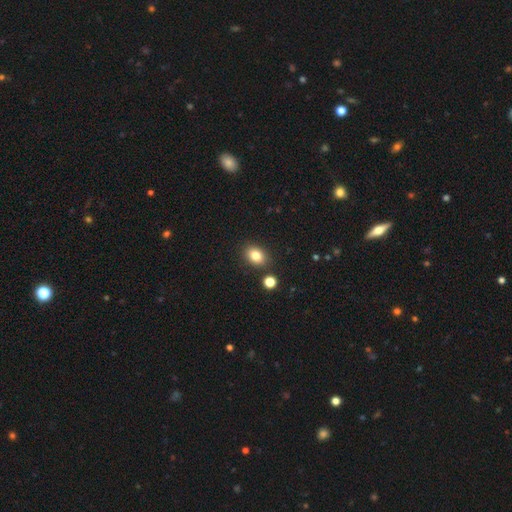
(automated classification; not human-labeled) Smooth or featured?
  - smooth: 82% *
  - star or artifact: 10%
  - featured or disk: 8%
How rounded?
  - in between: 68% *
  - round: 31%
  - cigar-shaped: 1%
Merging?
  - none: 84% *
  - minor disturbance: 9%
  - merger: 5%
  - major disturbance: 3%